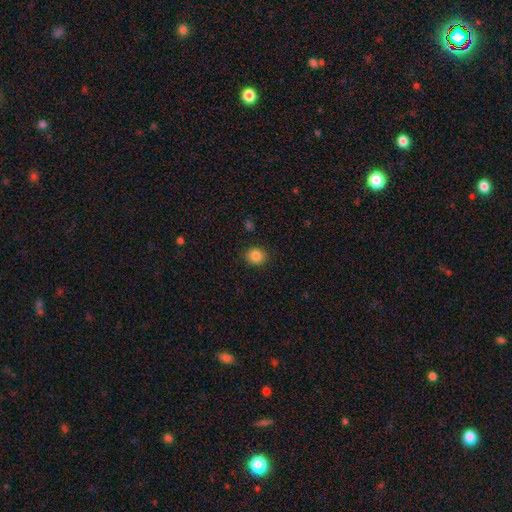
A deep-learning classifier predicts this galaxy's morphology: type=smooth (85%); roundness=round (73%); merging=none (89%).